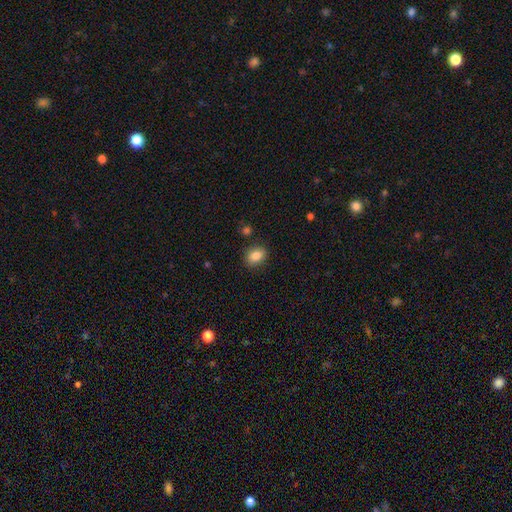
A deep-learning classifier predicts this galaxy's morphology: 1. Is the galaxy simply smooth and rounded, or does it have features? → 85% smooth, 9% star or artifact, 6% featured or disk.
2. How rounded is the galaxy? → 63% in between, 36% round, 1% cigar-shaped.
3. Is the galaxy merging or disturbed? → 86% none, 10% minor disturbance, 2% major disturbance, 2% merger.